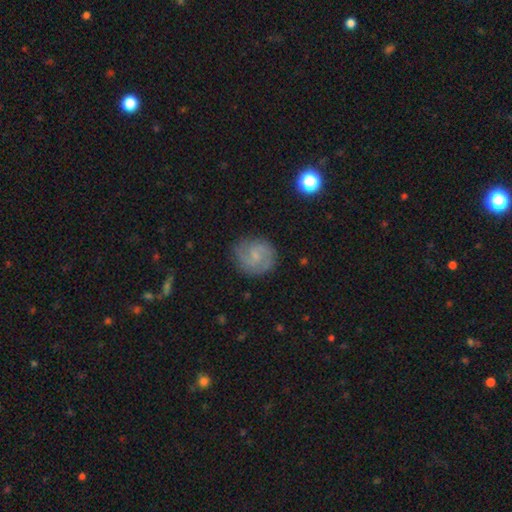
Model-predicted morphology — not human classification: Smooth or featured: featured or disk — 59% (smooth — 33%)
Edge-on disk: no — 98% (yes — 2%)
Bar: weak — 48% (no — 45%)
Spiral arms: yes — 90% (no — 10%)
Spiral winding: medium — 48% (tight — 33%)
Spiral arm count: 2 — 73% (can't tell — 14%)
Bulge size: small — 50% (none — 26%)
Merging: none — 79% (minor disturbance — 15%)